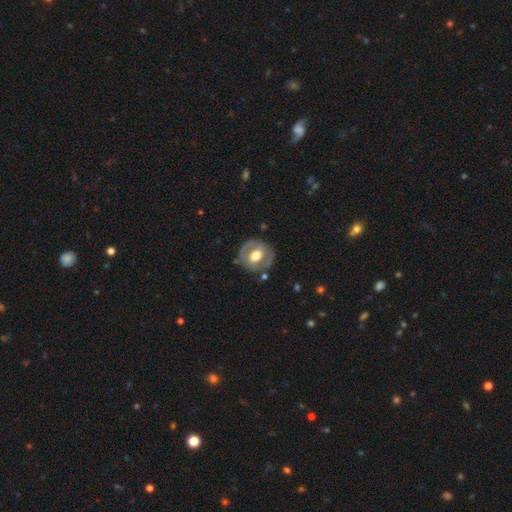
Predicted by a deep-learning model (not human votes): This appears to be a featured or disk galaxy (54%) with no bar (58%), no spiral arms (72%) and a moderate central bulge (59%). Merging: none (76%).